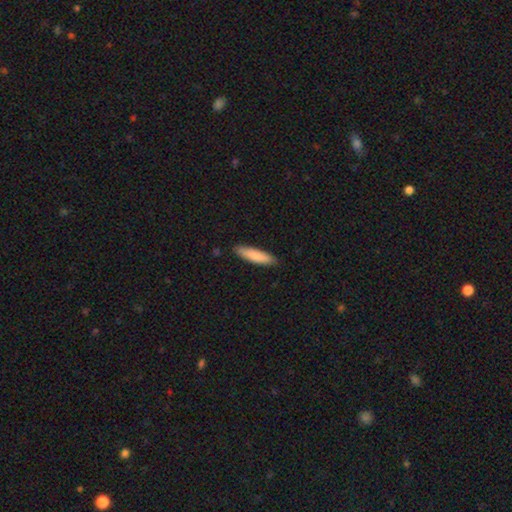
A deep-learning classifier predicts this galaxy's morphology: This is clearly a smooth galaxy (82%). How rounded: likely cigar-shaped (73%). Merging: clearly none (88%).